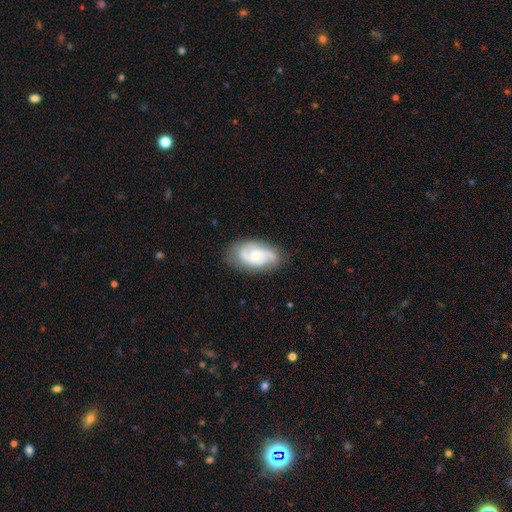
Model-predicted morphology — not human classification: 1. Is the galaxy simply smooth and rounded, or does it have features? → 78% featured or disk, 17% smooth, 5% star or artifact.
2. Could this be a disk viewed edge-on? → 96% no, 4% yes.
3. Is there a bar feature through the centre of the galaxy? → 68% no, 28% weak, 4% strong.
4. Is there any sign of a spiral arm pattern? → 94% yes, 6% no.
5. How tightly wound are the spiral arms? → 46% medium, 40% tight, 14% loose.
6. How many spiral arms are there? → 63% 2, 15% 3, 13% can't tell, 5% 1, 2% 4, 2% more than 4.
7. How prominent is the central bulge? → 51% moderate, 44% small, 3% large, 1% none, 1% dominant.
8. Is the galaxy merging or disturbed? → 76% none, 18% minor disturbance, 6% major disturbance, 1% merger.